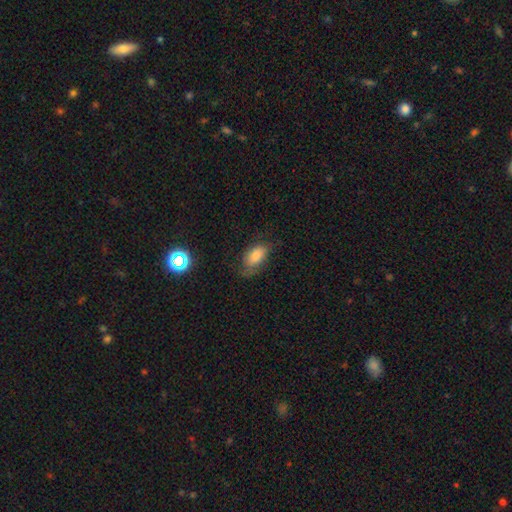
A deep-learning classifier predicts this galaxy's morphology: A smooth galaxy with no disk features (75%) that is in between round and cigar-shaped (90%).

Vote fractions:
- Smooth or featured? smooth: 75% / featured or disk: 13% / star or artifact: 11%
- How rounded? in between: 90% / round: 8% / cigar-shaped: 3%
- Merging? none: 60% / minor disturbance: 27% / major disturbance: 11% / merger: 2%